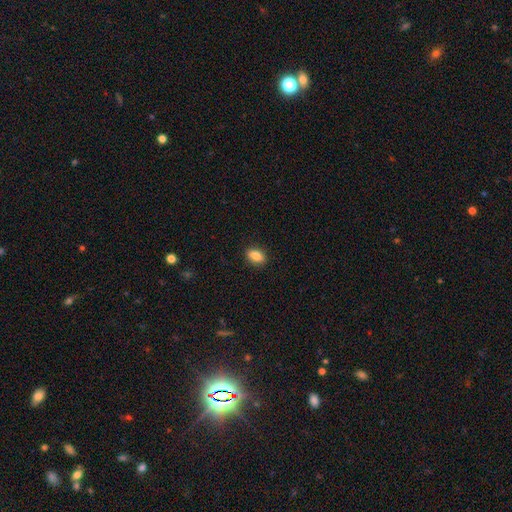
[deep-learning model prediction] This appears to be a smooth galaxy with no disk features (84%) that is in between round and cigar-shaped (82%). Merging: none (89%).